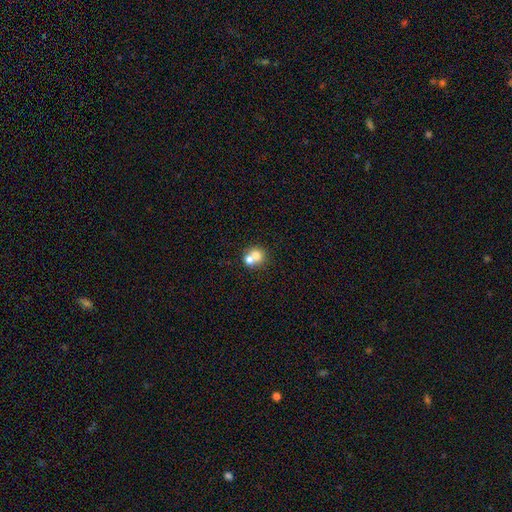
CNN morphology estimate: Smooth or featured? smooth (70%)
How rounded? round (82%)
Merging? merger (57%)